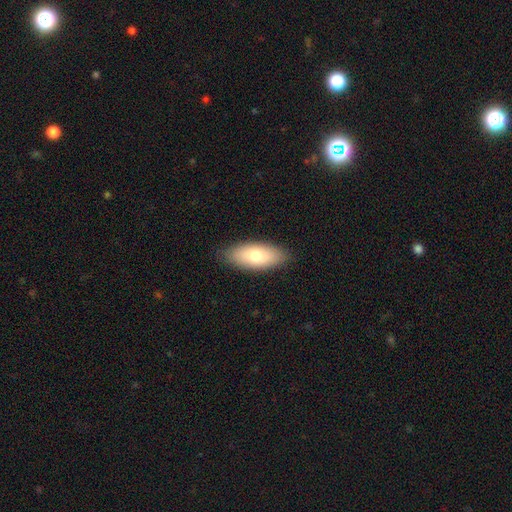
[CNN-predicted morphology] This appears to be a smooth galaxy with no disk features (75%) that is in between round and cigar-shaped (84%). Merging: none (87%).